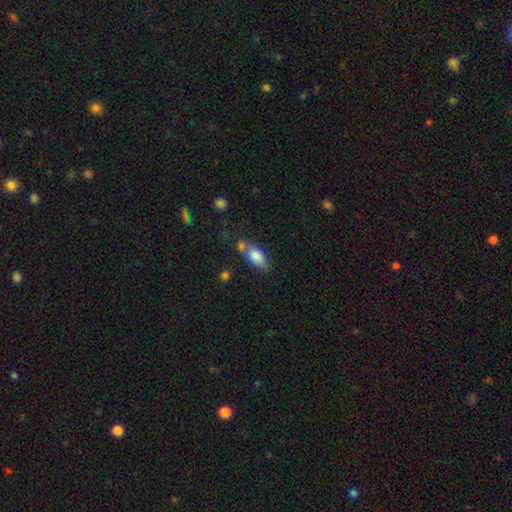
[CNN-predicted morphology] type=smooth (81%); roundness=in between (85%); merging=none (44%).